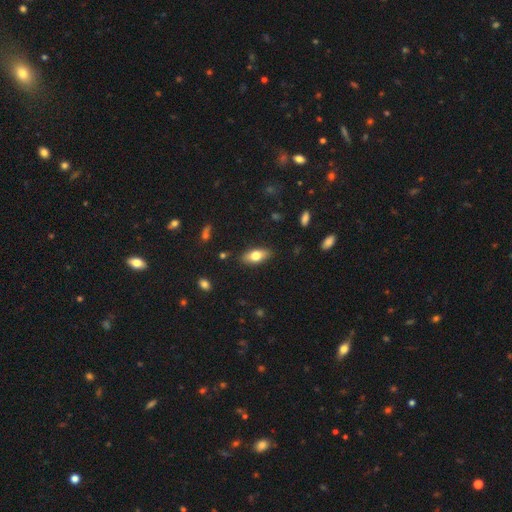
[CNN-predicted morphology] Q: Smooth or featured?
A: smooth (71%); runner-up: featured or disk (22%)
Q: How rounded?
A: in between (83%); runner-up: cigar-shaped (14%)
Q: Merging?
A: none (85%); runner-up: minor disturbance (11%)